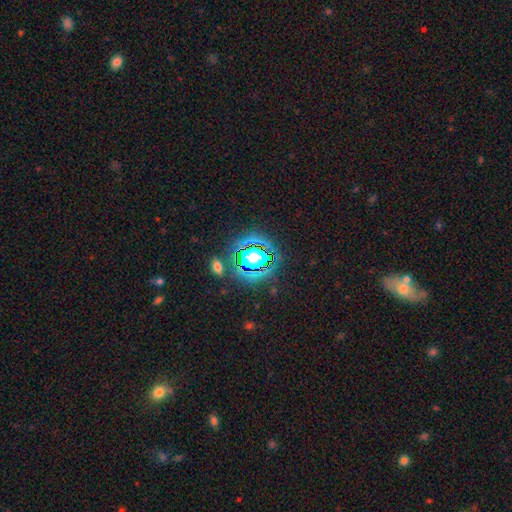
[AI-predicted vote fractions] Morphology: type=star or artifact (57%).